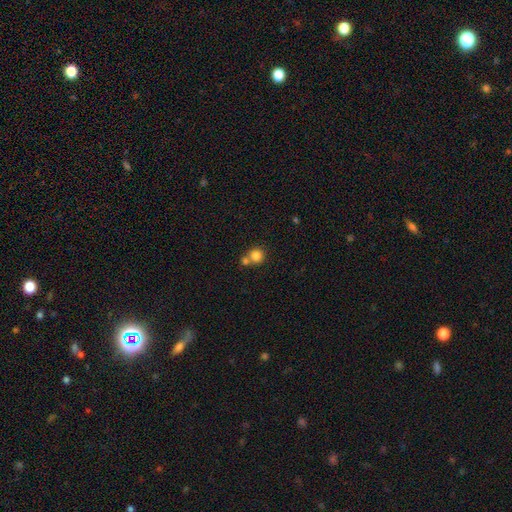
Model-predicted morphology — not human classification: Q: Smooth or featured?
A: smooth (82%); runner-up: star or artifact (10%)
Q: How rounded?
A: round (91%); runner-up: in between (8%)
Q: Merging?
A: none (52%); runner-up: merger (38%)